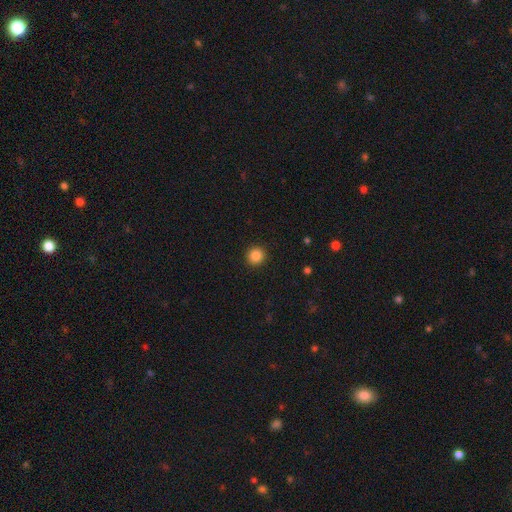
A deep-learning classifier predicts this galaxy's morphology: Smooth or featured: smooth — 86% (star or artifact — 10%)
How rounded: round — 94% (in between — 5%)
Merging: none — 93% (minor disturbance — 5%)